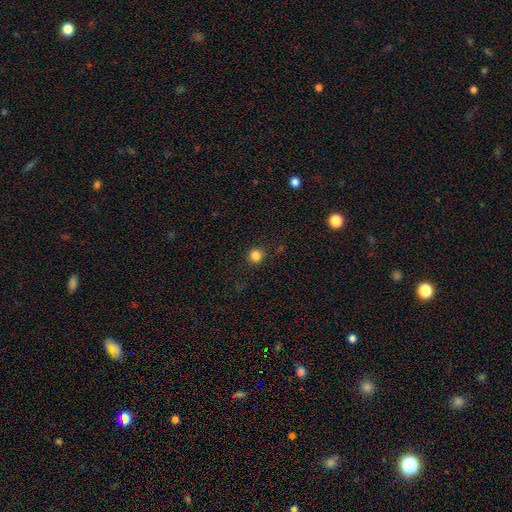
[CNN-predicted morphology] smooth 84%, star or artifact 12%, featured or disk 4%. Down the decision tree: how rounded — round (89%); merging — none (88%).